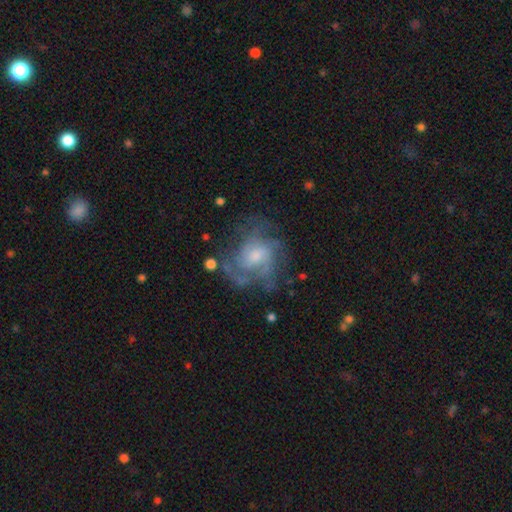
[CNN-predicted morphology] A featured or disk galaxy (76%) with no bar (60%), medium (44%) spiral arms (86%) and a moderate central bulge (44%).

Vote fractions:
- Smooth or featured? featured or disk: 76% / smooth: 16% / star or artifact: 8%
- Edge-on disk? no: 97% / yes: 3%
- Bar? no: 60% / weak: 35% / strong: 5%
- Spiral arms? yes: 86% / no: 14%
- Spiral winding? medium: 44% / tight: 38% / loose: 18%
- Spiral arm count? can't tell: 37% / 3: 22% / 2: 17% / 4: 12% / 1: 6% / more than 4: 5%
- Bulge size? moderate: 44% / small: 40% / large: 8% / none: 7% / dominant: 1%
- Merging? none: 57% / minor disturbance: 20% / major disturbance: 20% / merger: 3%